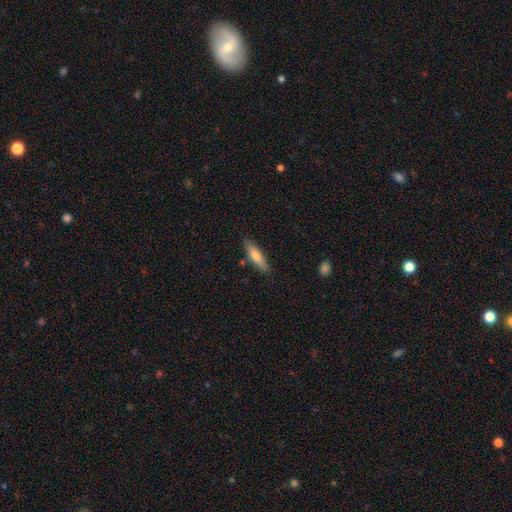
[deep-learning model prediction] smooth 69%, featured or disk 25%, star or artifact 6%. Down the decision tree: how rounded — cigar-shaped (74%); merging — none (85%).